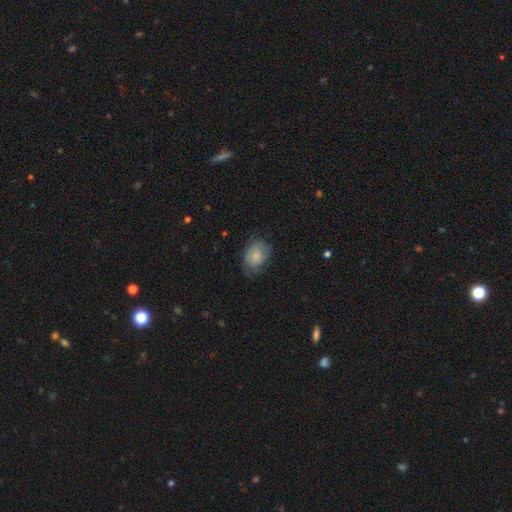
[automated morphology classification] The model was most divided on "merging": none: 61%, minor disturbance: 28%, major disturbance: 10%, merger: 1%. More confident: smooth or featured — smooth (75%); how rounded — in between (69%).